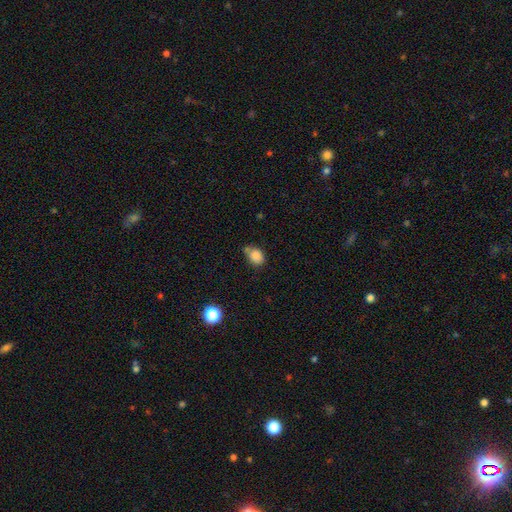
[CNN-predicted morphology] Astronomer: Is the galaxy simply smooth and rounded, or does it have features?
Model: smooth — 84%.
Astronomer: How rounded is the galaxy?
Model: in between — 57% (runner-up: round, 42%).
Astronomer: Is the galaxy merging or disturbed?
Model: none — 55%.